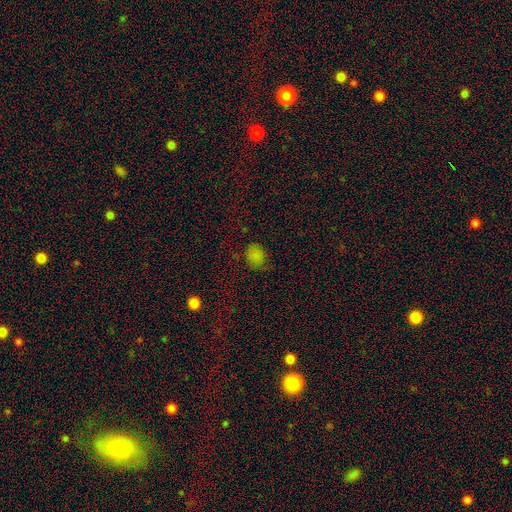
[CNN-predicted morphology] Smooth or featured? Predicted: smooth (p=0.72). How rounded? Predicted: in between (p=0.50). Merging? Predicted: none (p=0.69).